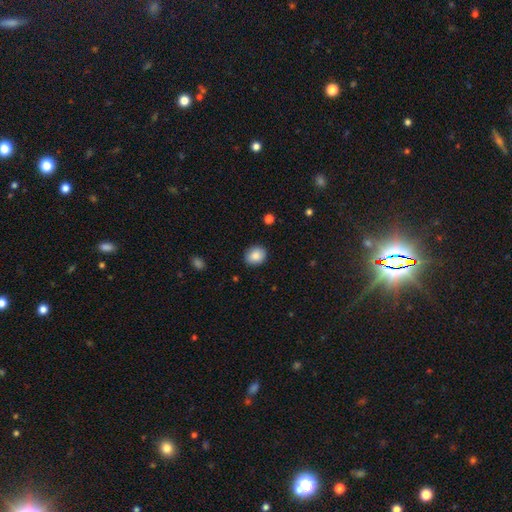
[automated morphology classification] smooth_or_featured: smooth (p=0.87) [alt: star or artifact p=0.08]
how_rounded: round (p=0.61) [alt: in between p=0.38]
merging: none (p=0.88) [alt: minor disturbance p=0.09]